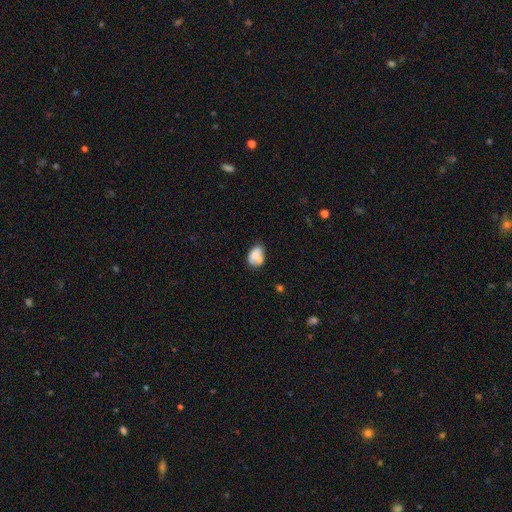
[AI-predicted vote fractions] Overall: smooth (70%). How rounded: in between (80%). Merging: none (36%; merger 34%).